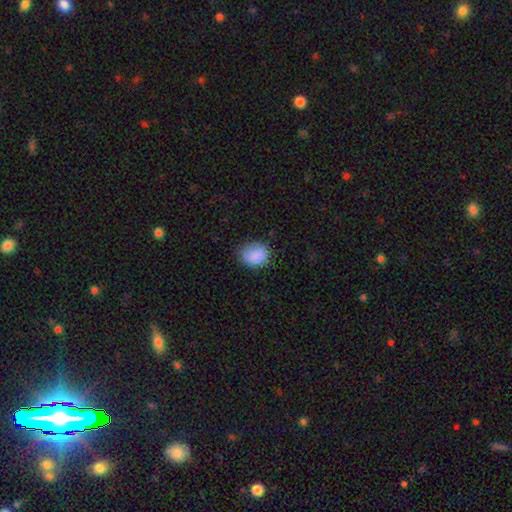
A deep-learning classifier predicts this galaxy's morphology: smooth 87%, star or artifact 8%, featured or disk 4%. Down the decision tree: how rounded — round (50%); merging — none (76%).